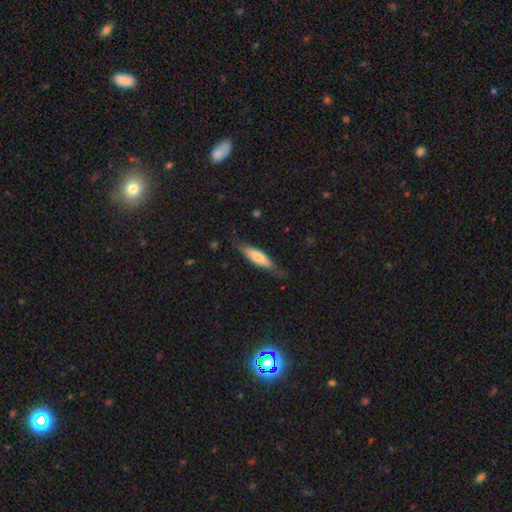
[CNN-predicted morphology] smooth_or_featured: smooth (p=0.64) [alt: featured or disk p=0.30]
how_rounded: cigar-shaped (p=0.68) [alt: in between p=0.30]
merging: none (p=0.72) [alt: minor disturbance p=0.21]